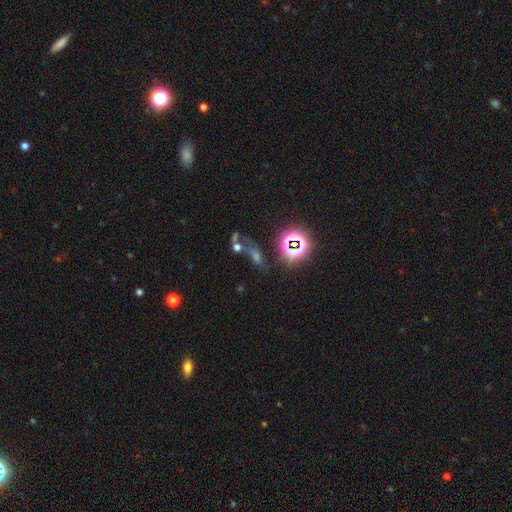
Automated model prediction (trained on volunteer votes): star or artifact 53%, smooth 27%, featured or disk 20%.